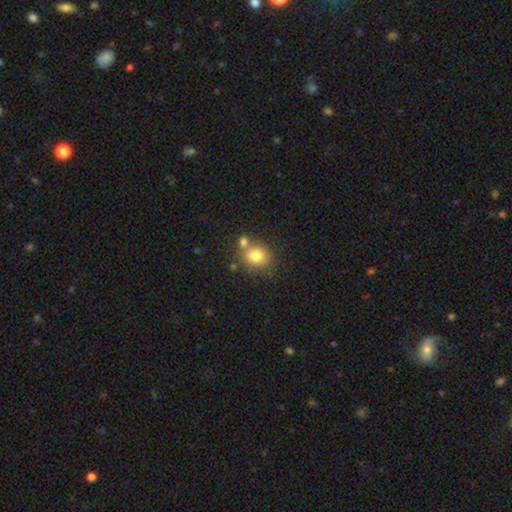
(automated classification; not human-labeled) A smooth galaxy with no disk features (78%) that is round (73%).

Vote fractions:
- Smooth or featured? smooth: 78% / star or artifact: 11% / featured or disk: 10%
- How rounded? round: 73% / in between: 26% / cigar-shaped: 1%
- Merging? none: 60% / merger: 25% / minor disturbance: 12% / major disturbance: 4%